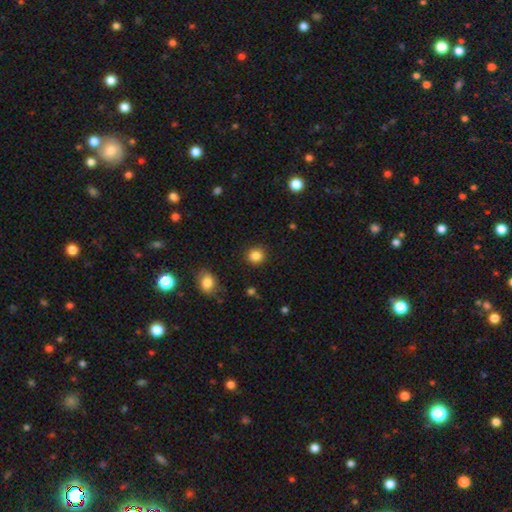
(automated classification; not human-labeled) Smooth or featured?
  - smooth: 85% *
  - star or artifact: 11%
  - featured or disk: 4%
How rounded?
  - round: 86% *
  - in between: 13%
  - cigar-shaped: 1%
Merging?
  - none: 90% *
  - minor disturbance: 6%
  - major disturbance: 2%
  - merger: 2%